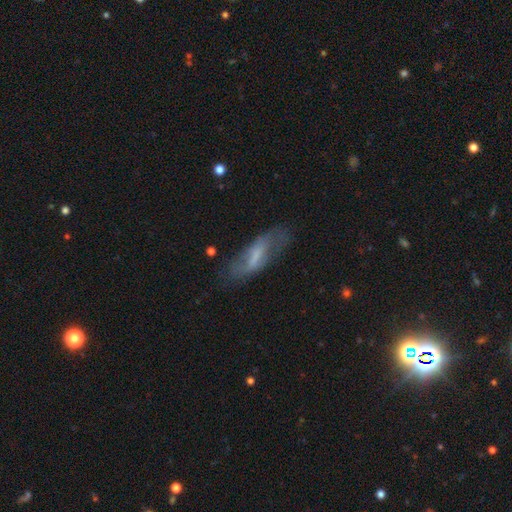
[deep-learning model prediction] smooth-or-featured: featured or disk: 51% | smooth: 38% | star or artifact: 11%
  disk-edge-on: no: 75% | yes: 25%
  merging: none: 68% | minor disturbance: 20% | major disturbance: 9% | merger: 2%